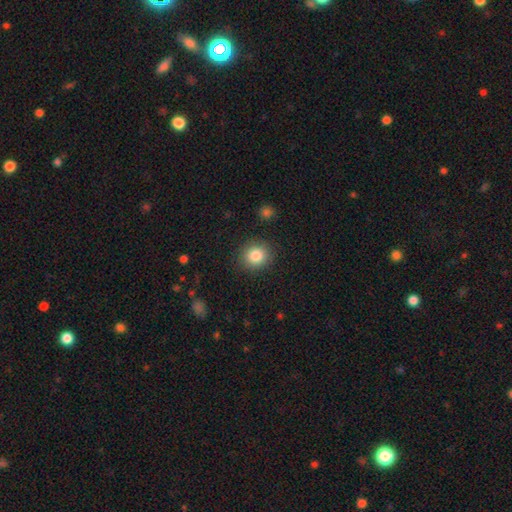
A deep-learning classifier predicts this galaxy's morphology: smooth-or-featured: smooth: 84% | star or artifact: 10% | featured or disk: 6%
  how-rounded: round: 83% | in between: 16% | cigar-shaped: 1%
  merging: none: 88% | minor disturbance: 8% | major disturbance: 3% | merger: 1%